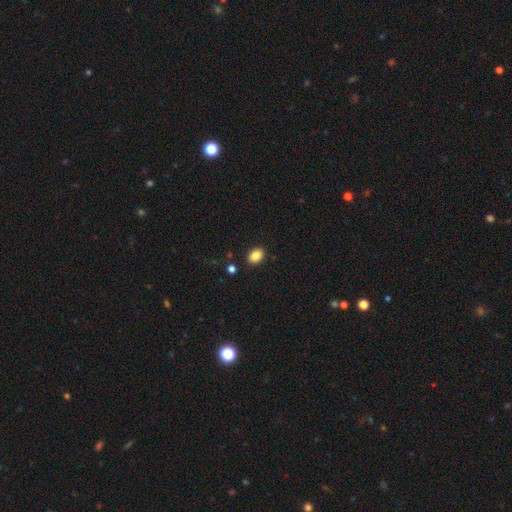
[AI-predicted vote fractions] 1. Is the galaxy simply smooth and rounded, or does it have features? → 87% smooth, 9% star or artifact, 4% featured or disk.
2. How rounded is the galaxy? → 79% in between, 20% round, 1% cigar-shaped.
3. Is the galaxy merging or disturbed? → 88% none, 8% minor disturbance, 2% major disturbance, 2% merger.